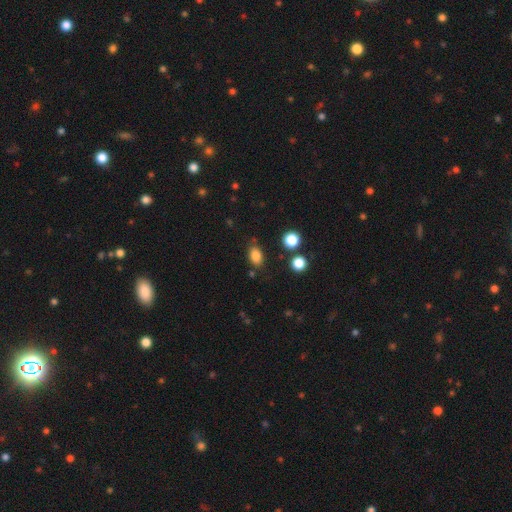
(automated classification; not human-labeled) Overall: smooth (84%). How rounded: in between (81%). Merging: none (80%).